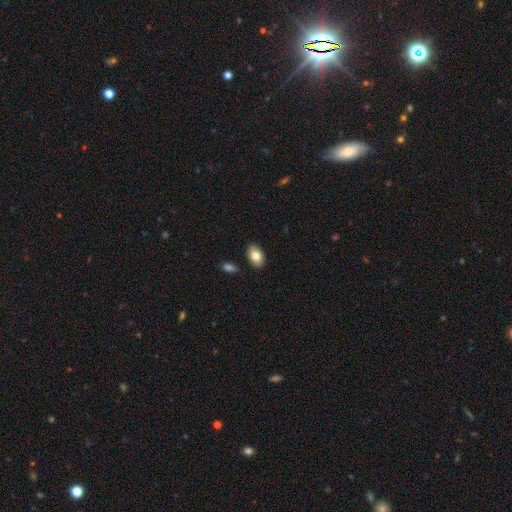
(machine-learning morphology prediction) A smooth galaxy with no disk features (80%) that is in between round and cigar-shaped (90%).

Vote fractions:
- Smooth or featured? smooth: 80% / featured or disk: 13% / star or artifact: 7%
- How rounded? in between: 90% / round: 8% / cigar-shaped: 1%
- Merging? none: 87% / minor disturbance: 9% / merger: 2% / major disturbance: 2%